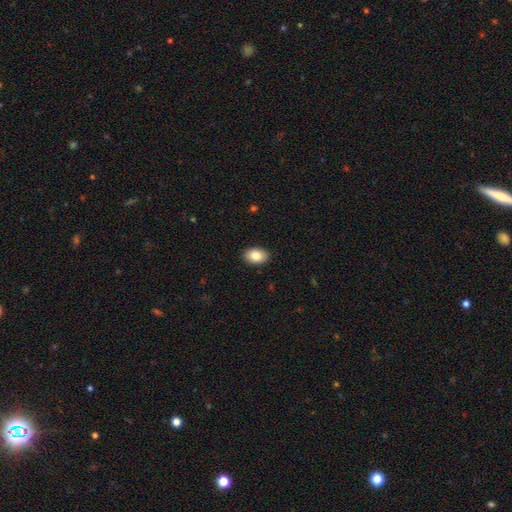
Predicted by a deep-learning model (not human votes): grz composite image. It shows a smooth galaxy with no disk features (83%) that is in between round and cigar-shaped (88%). Merging: none (90%).